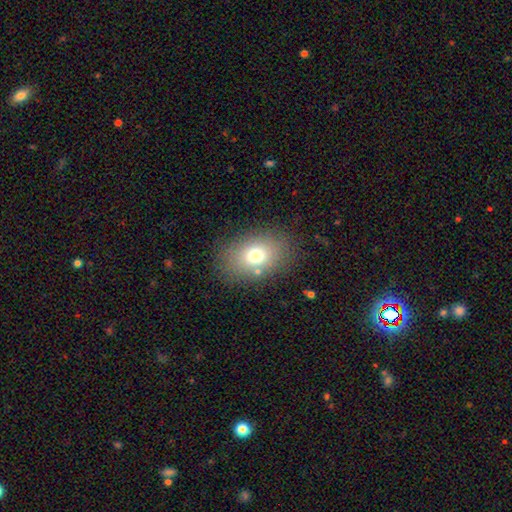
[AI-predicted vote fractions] Smooth or featured?
  - smooth: 72% *
  - featured or disk: 15%
  - star or artifact: 13%
How rounded?
  - in between: 74% *
  - round: 25%
  - cigar-shaped: 1%
Merging?
  - none: 82% *
  - minor disturbance: 11%
  - major disturbance: 5%
  - merger: 2%